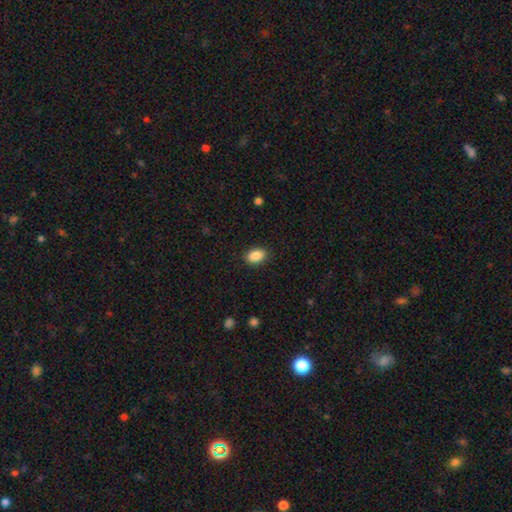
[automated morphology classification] A smooth galaxy with no disk features (88%) that is in between round and cigar-shaped (82%). Merging: none (89%).